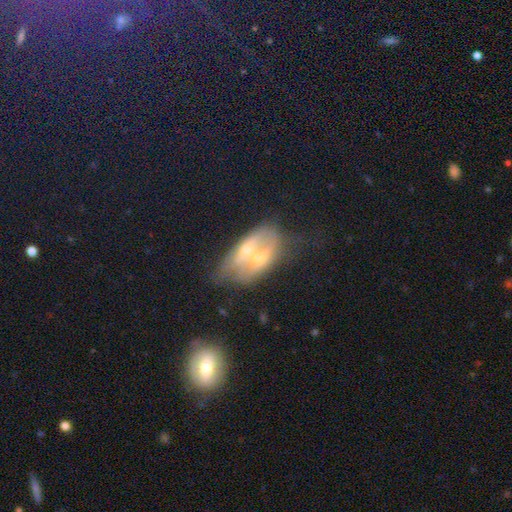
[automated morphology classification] Smooth or featured? featured or disk (54%)
Edge-on disk? no (73%)
Merging? merger (59%)